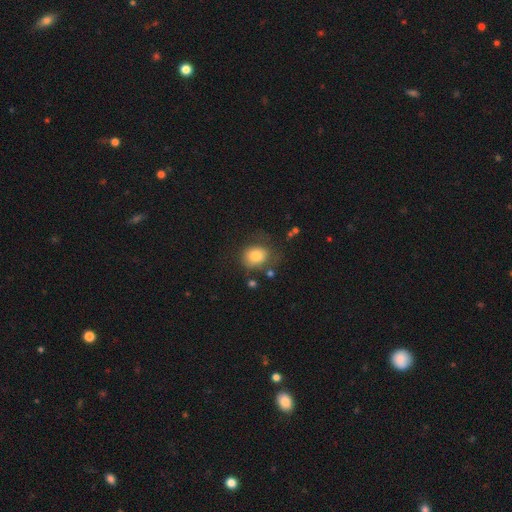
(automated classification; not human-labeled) Smooth or featured?
  - smooth: 79% *
  - featured or disk: 11%
  - star or artifact: 10%
How rounded?
  - round: 58% *
  - in between: 41%
  - cigar-shaped: 1%
Merging?
  - none: 62% *
  - minor disturbance: 22%
  - major disturbance: 12%
  - merger: 4%